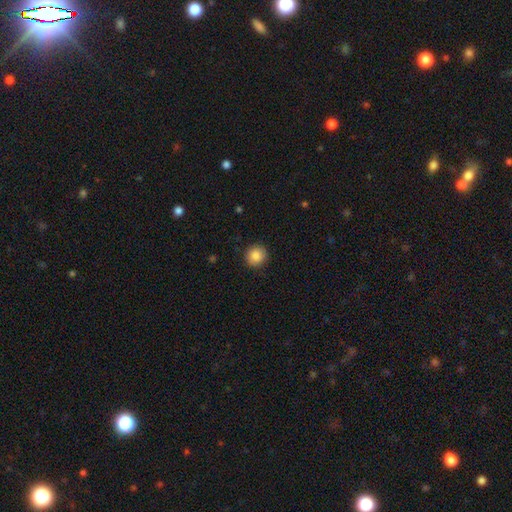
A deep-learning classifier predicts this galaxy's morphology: Smooth or featured? Predicted: smooth (p=0.86). How rounded? Predicted: round (p=0.91). Merging? Predicted: none (p=0.91).